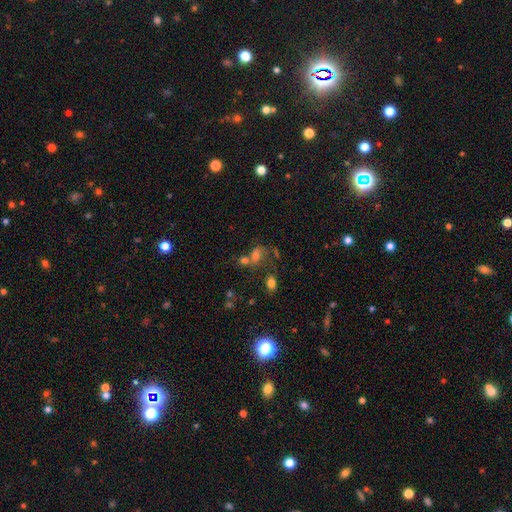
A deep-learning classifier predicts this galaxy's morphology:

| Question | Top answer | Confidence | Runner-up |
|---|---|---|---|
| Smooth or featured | smooth | 53% | star or artifact (28%) |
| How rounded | in between | 61% | round (37%) |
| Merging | merger | 38% | none (37%) |